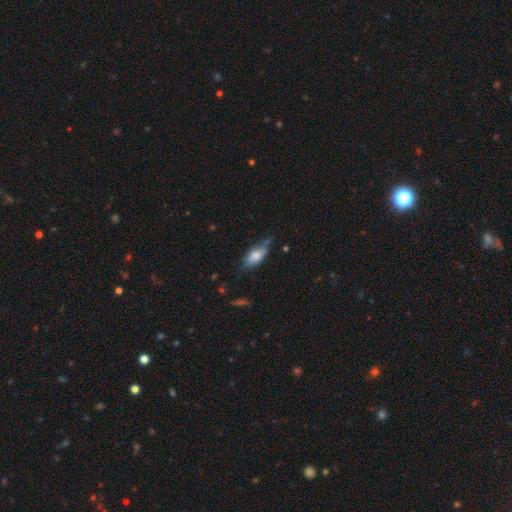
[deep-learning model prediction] A smooth galaxy with no disk features (79%) that is in between round and cigar-shaped (86%).

Vote fractions:
- Smooth or featured? smooth: 79% / featured or disk: 14% / star or artifact: 7%
- How rounded? in between: 86% / cigar-shaped: 11% / round: 3%
- Merging? none: 58% / minor disturbance: 30% / major disturbance: 7% / merger: 5%